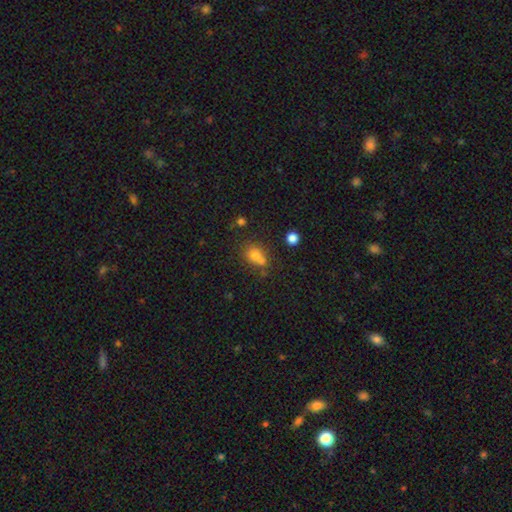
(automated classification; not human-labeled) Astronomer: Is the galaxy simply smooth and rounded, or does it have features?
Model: smooth — 71%.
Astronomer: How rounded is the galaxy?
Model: round — 61% (runner-up: in between, 37%).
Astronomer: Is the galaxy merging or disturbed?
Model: none — 47% (runner-up: merger, 35%).